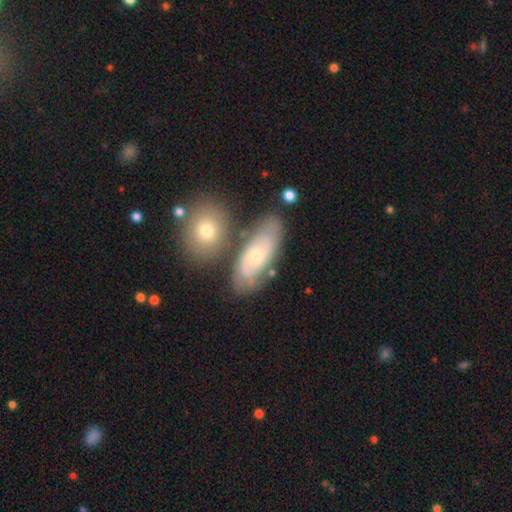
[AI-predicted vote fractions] A featured or disk galaxy (58%) with no bar (84%), spiral arms (61%) and a small central bulge (60%).

Vote fractions:
- Smooth or featured? featured or disk: 58% / smooth: 35% / star or artifact: 7%
- Edge-on disk? no: 88% / yes: 12%
- Bar? no: 84% / weak: 13% / strong: 3%
- Spiral arms? yes: 61% / no: 39%
- Bulge size? small: 60% / moderate: 36% / large: 2% / none: 1% / dominant: 1%
- Merging? none: 67% / minor disturbance: 16% / merger: 12% / major disturbance: 5%